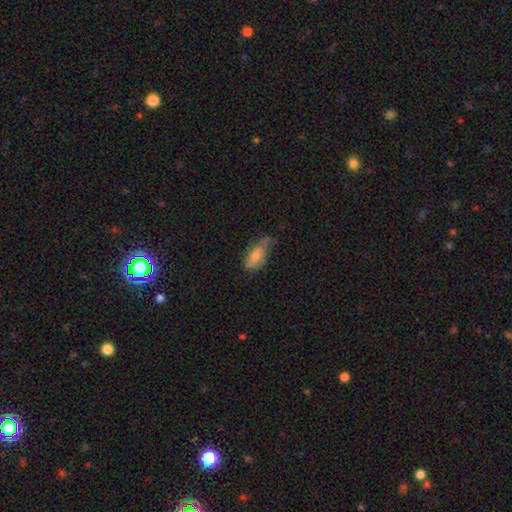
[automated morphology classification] The model was most divided on "merging": none: 44%, minor disturbance: 36%, major disturbance: 17%, merger: 3%. More confident: how rounded — in between (87%); smooth or featured — smooth (55%).